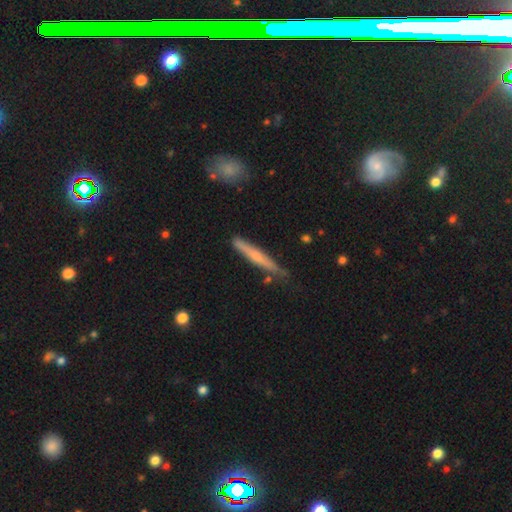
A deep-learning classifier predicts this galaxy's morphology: This is possibly a smooth galaxy (53%). How rounded: clearly cigar-shaped (95%). Merging: likely none (78%).